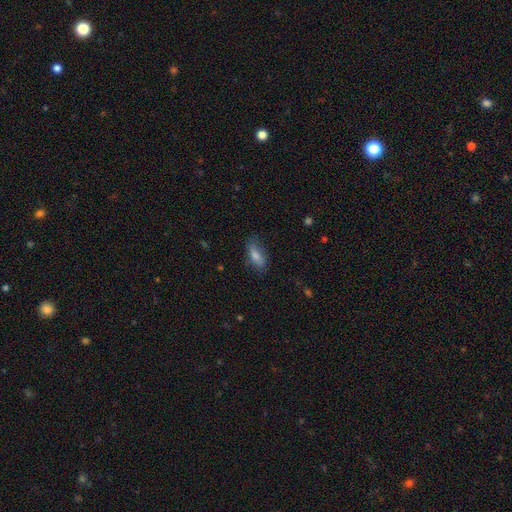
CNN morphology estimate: A smooth galaxy with no disk features (73%) that is in between round and cigar-shaped (68%).

Vote fractions:
- Smooth or featured? smooth: 73% / featured or disk: 18% / star or artifact: 9%
- How rounded? in between: 68% / cigar-shaped: 29% / round: 3%
- Merging? none: 77% / minor disturbance: 17% / major disturbance: 4% / merger: 1%